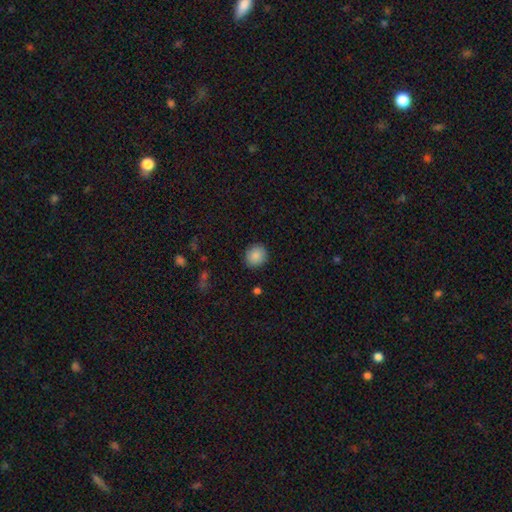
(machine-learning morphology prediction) A smooth galaxy with no disk features (87%) that is round (86%).

Vote fractions:
- Smooth or featured? smooth: 87% / star or artifact: 8% / featured or disk: 5%
- How rounded? round: 86% / in between: 13% / cigar-shaped: 1%
- Merging? none: 89% / minor disturbance: 8% / major disturbance: 2% / merger: 1%